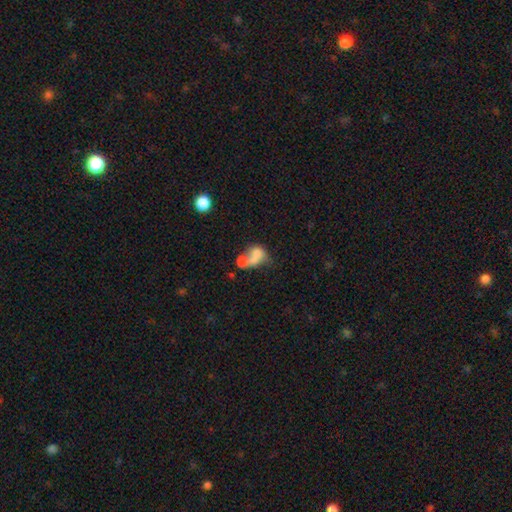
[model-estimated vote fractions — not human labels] Q: Smooth or featured?
A: smooth (62%); runner-up: featured or disk (27%)
Q: How rounded?
A: in between (65%); runner-up: round (33%)
Q: Merging?
A: merger (67%); runner-up: none (15%)